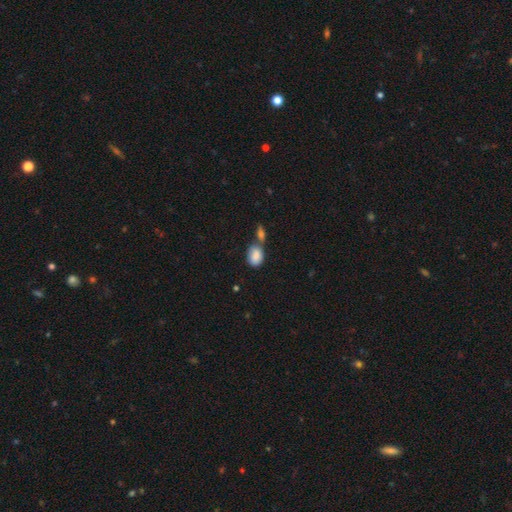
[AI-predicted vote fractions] Q: Smooth or featured?
A: smooth (84%); runner-up: featured or disk (9%)
Q: How rounded?
A: in between (80%); runner-up: round (19%)
Q: Merging?
A: merger (44%); runner-up: none (35%)